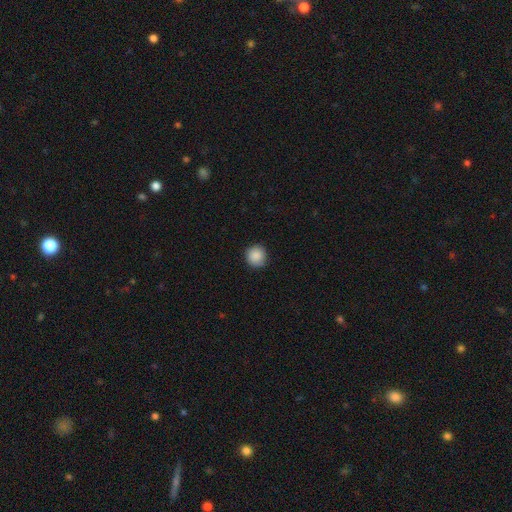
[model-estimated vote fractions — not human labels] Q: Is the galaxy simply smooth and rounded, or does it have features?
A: smooth — 88%.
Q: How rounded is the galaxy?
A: round — 94%.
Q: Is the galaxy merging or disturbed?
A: none — 87%.